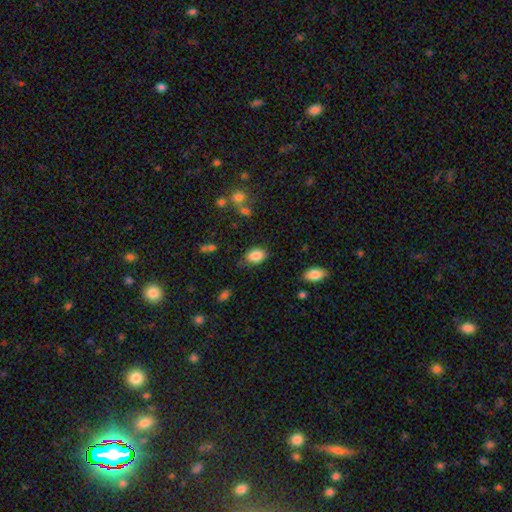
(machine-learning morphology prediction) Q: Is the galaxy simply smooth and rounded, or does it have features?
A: smooth — 86%.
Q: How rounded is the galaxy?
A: in between — 85%.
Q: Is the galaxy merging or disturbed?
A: none — 77%.